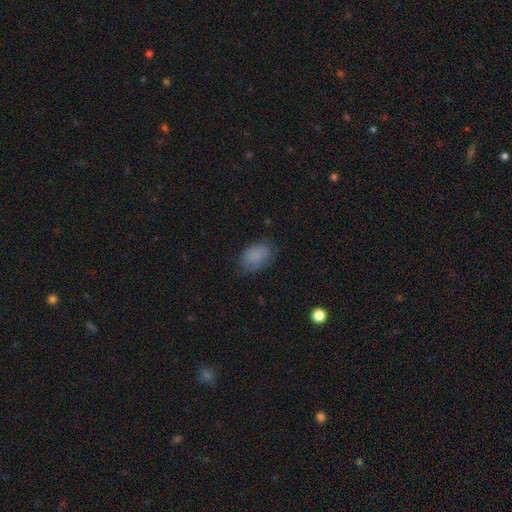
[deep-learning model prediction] The model was most divided on "merging": none: 74%, minor disturbance: 20%, major disturbance: 5%, merger: 1%. More confident: how rounded — in between (86%); smooth or featured — smooth (85%).